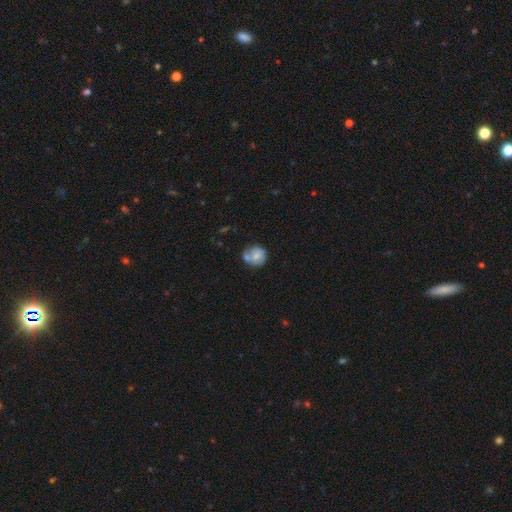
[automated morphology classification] The model was most divided on "merging": none: 43%, merger: 32%, minor disturbance: 18%, major disturbance: 7%. More confident: how rounded — round (82%); smooth or featured — smooth (64%).